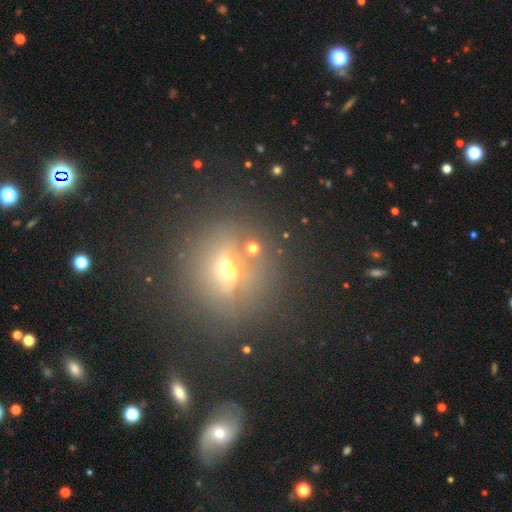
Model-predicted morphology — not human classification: Smooth or featured?
  - smooth: 45% *
  - star or artifact: 35%
  - featured or disk: 21%
Merging?
  - none: 77% *
  - minor disturbance: 10%
  - merger: 8%
  - major disturbance: 5%